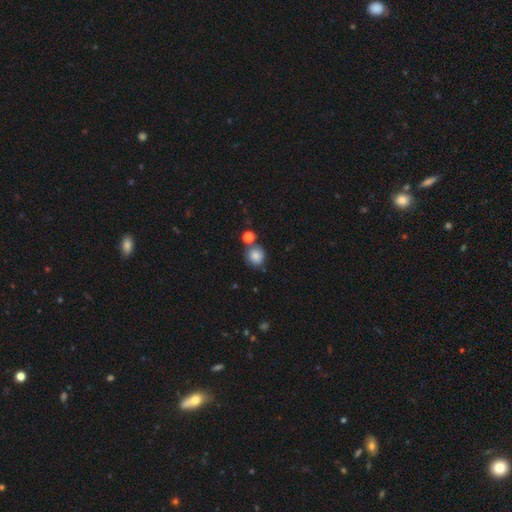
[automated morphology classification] Smooth or featured: smooth — 83% (star or artifact — 10%)
How rounded: round — 86% (in between — 13%)
Merging: none — 70% (merger — 15%)